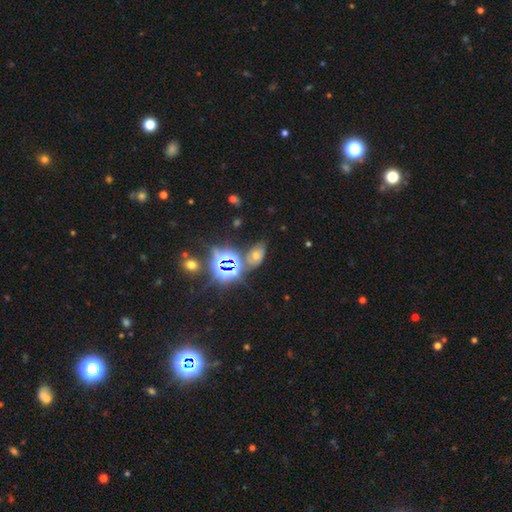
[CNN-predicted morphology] This appears to be a star or artifact, not a galaxy (52%).